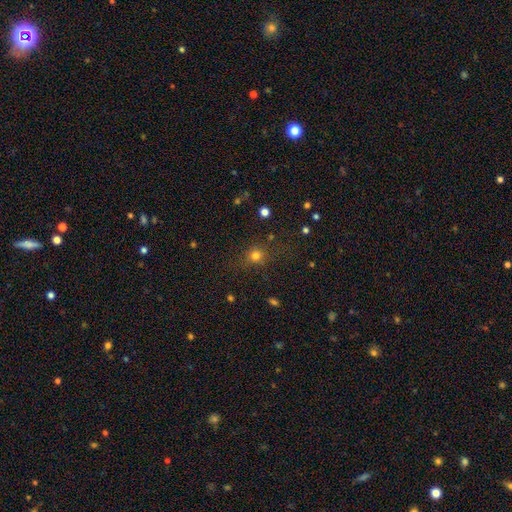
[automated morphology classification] smooth 74%, star or artifact 18%, featured or disk 8%. Down the decision tree: how rounded — round (81%); merging — none (77%).